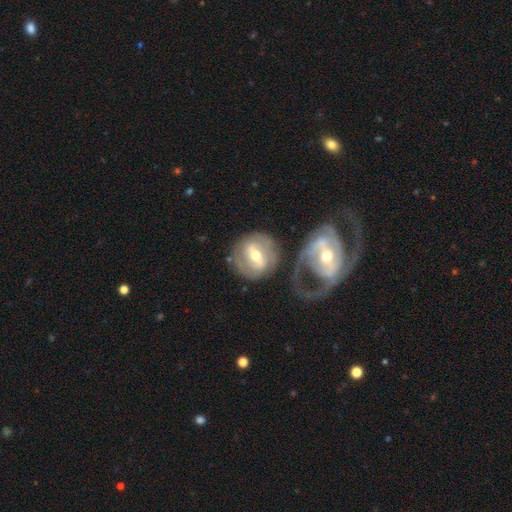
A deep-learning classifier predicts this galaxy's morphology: Smooth or featured? Predicted: featured or disk (p=0.72). Edge-on disk? Predicted: no (p=0.93). Bar? Predicted: strong (p=0.54). Spiral arms? Predicted: yes (p=0.71). Bulge size? Predicted: moderate (p=0.70). Merging? Predicted: none (p=0.59).